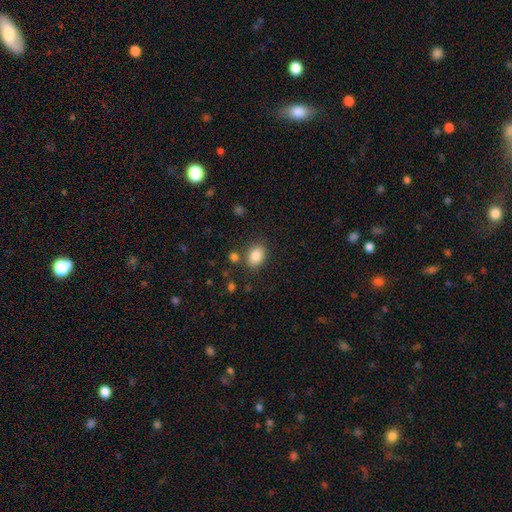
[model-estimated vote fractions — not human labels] This appears to be a smooth galaxy with no disk features (85%) that is in between round and cigar-shaped (68%). Merging: none (79%).